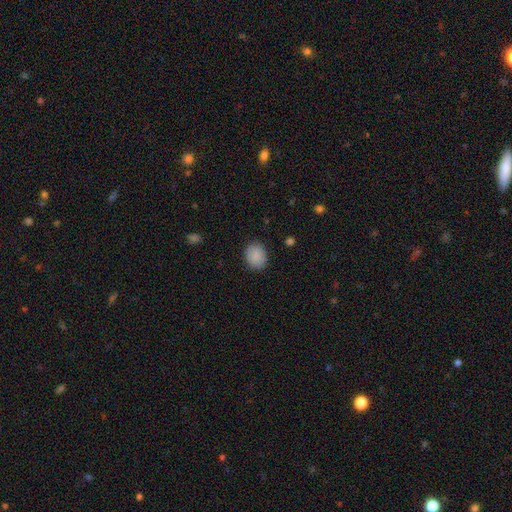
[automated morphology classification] This appears to be a smooth galaxy with no disk features (89%) that is round (54%). Merging: none (87%).